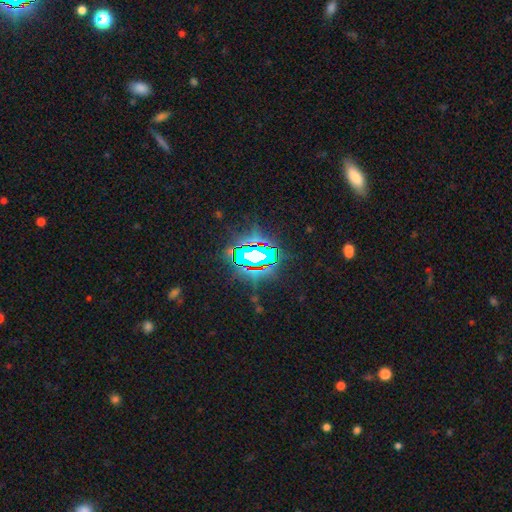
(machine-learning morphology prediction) Smooth or featured?
  - star or artifact: 71% *
  - featured or disk: 15%
  - smooth: 14%